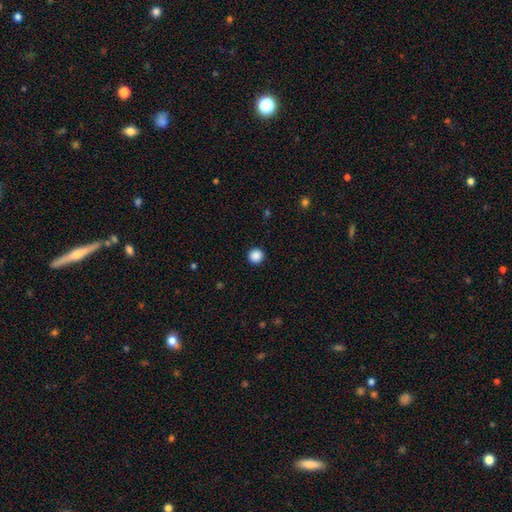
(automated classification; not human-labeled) smooth 88%, star or artifact 10%, featured or disk 2%. Down the decision tree: how rounded — round (95%); merging — none (93%).